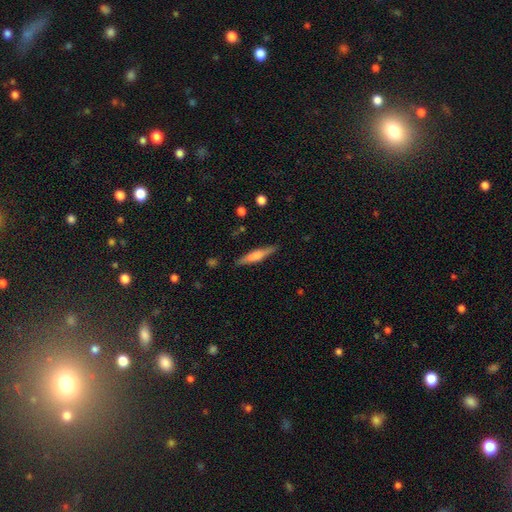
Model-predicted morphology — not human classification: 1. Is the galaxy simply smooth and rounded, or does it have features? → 48% smooth, 46% featured or disk, 6% star or artifact.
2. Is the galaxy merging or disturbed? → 88% none, 9% minor disturbance, 2% major disturbance, 1% merger.